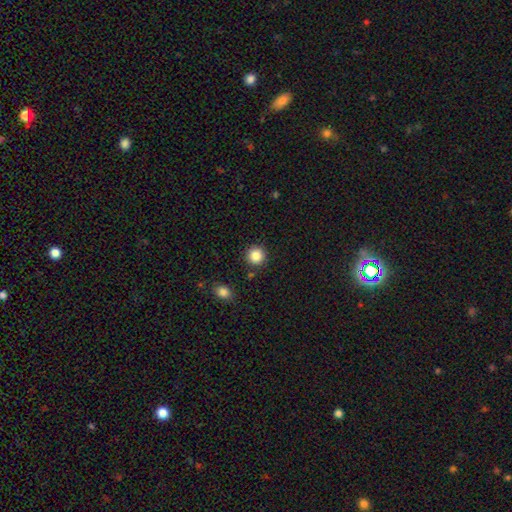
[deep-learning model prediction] Smooth or featured?
  - smooth: 86% *
  - star or artifact: 10%
  - featured or disk: 4%
How rounded?
  - round: 94% *
  - in between: 5%
  - cigar-shaped: 1%
Merging?
  - none: 88% *
  - minor disturbance: 7%
  - merger: 3%
  - major disturbance: 2%